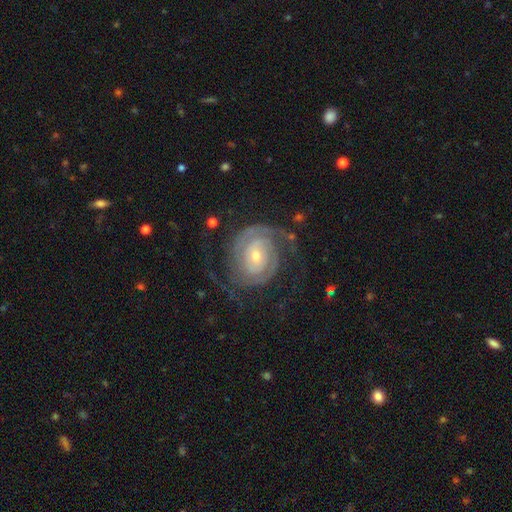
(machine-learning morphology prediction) The model was most divided on "bulge size": small: 61%, moderate: 35%, large: 2%, none: 1%, dominant: 1%. More confident: edge-on disk — no (98%); spiral arms — yes (98%); smooth or featured — featured or disk (90%); merging — none (71%); spiral winding — tight (71%); spiral arm count — 2 (68%); bar — no (58%).